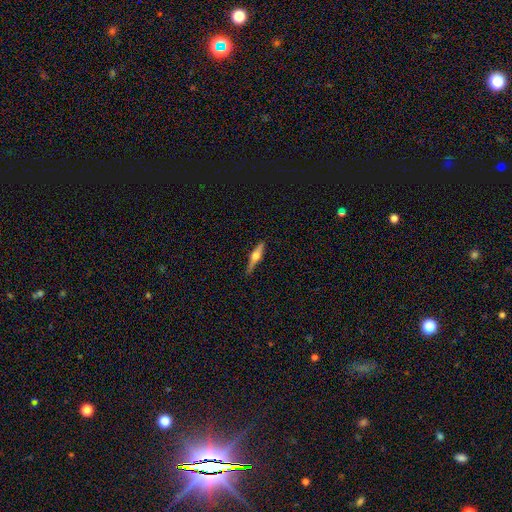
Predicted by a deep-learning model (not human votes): Smooth or featured: featured or disk — 66% (smooth — 29%)
Edge-on disk: yes — 97% (no — 3%)
Edge-on bulge: rounded — 94% (boxy — 4%)
Merging: none — 87% (minor disturbance — 10%)